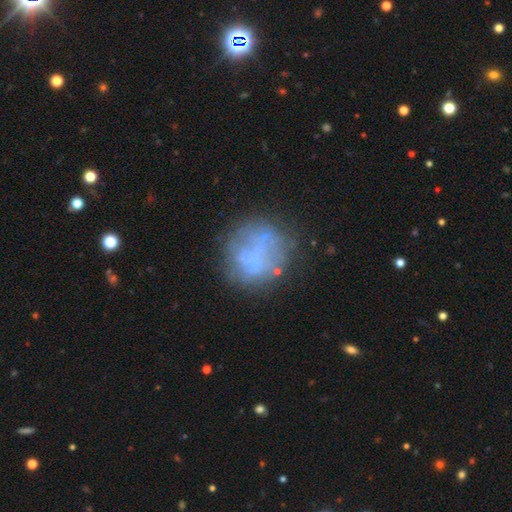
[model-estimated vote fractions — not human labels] smooth 51%, featured or disk 35%, star or artifact 14%. Down the decision tree: how rounded — round (81%); merging — none (63%).